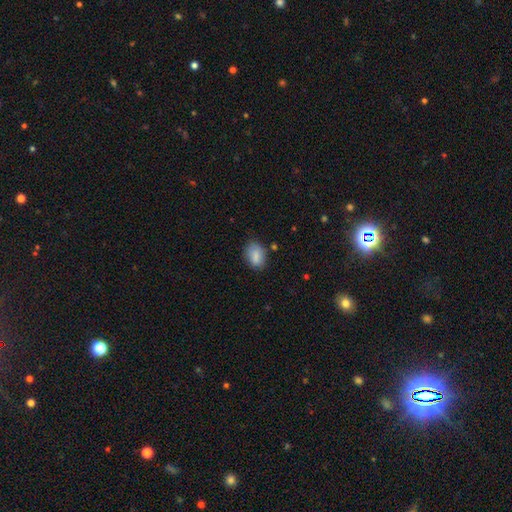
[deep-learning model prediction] A smooth galaxy with no disk features (83%) that is in between round and cigar-shaped (81%). Merging: none (72%).